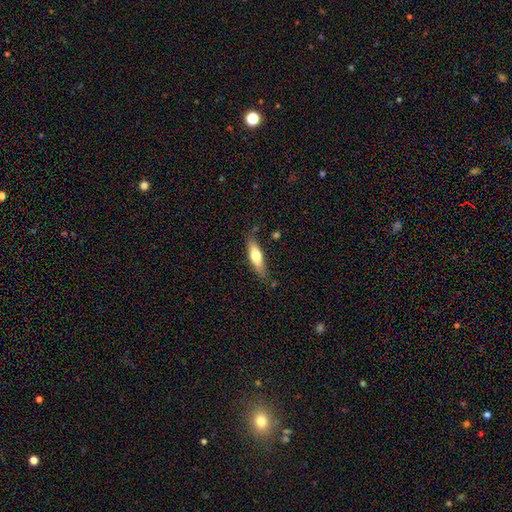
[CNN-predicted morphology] Smooth or featured?
  - smooth: 62% *
  - featured or disk: 32%
  - star or artifact: 6%
How rounded?
  - cigar-shaped: 62% *
  - in between: 36%
  - round: 2%
Merging?
  - none: 76% *
  - minor disturbance: 17%
  - major disturbance: 4%
  - merger: 3%